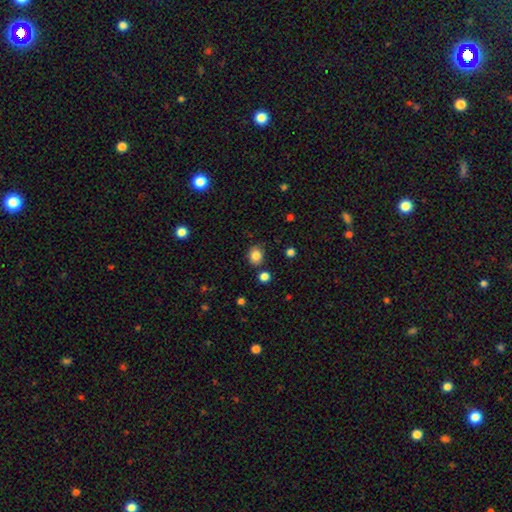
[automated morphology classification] type=smooth (84%); roundness=round (70%); merging=none (81%).